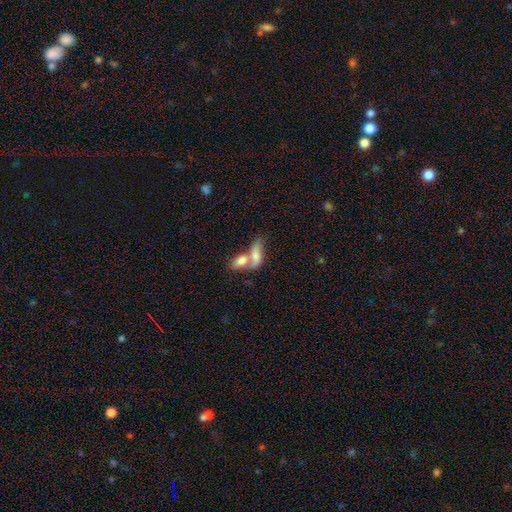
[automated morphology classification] The model was most divided on "smooth or featured": smooth: 65%, featured or disk: 27%, star or artifact: 8%. More confident: how rounded — in between (76%); merging — merger (72%).